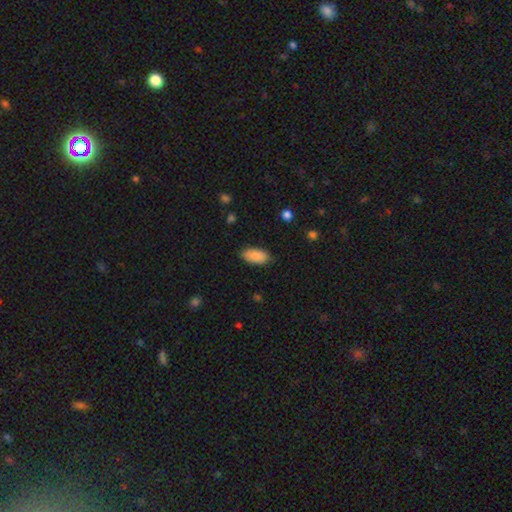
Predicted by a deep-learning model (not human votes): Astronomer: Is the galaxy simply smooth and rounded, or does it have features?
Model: smooth — 90%.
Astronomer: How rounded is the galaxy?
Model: in between — 93%.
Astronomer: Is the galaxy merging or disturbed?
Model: none — 85%.